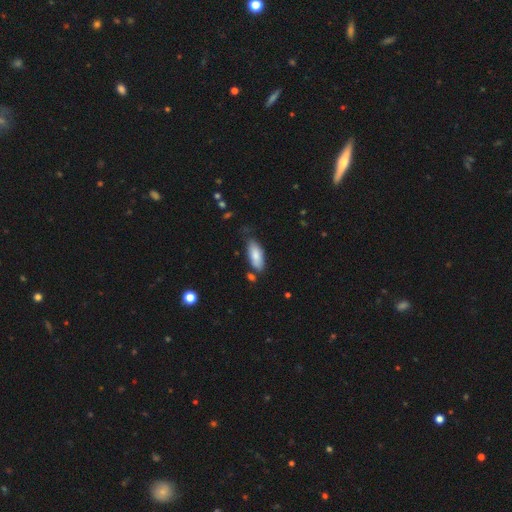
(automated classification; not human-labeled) Overall: smooth (82%). How rounded: in between (79%). Merging: none (68%).